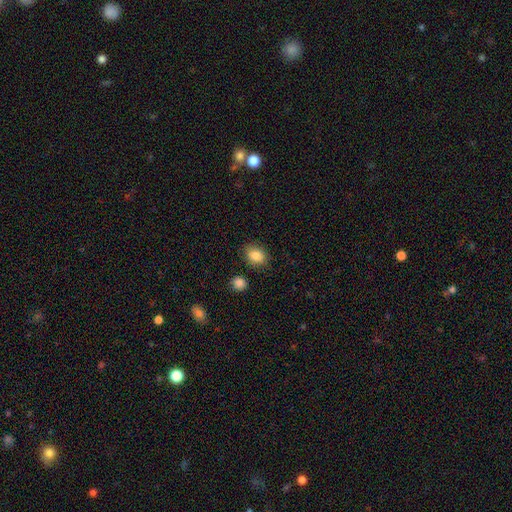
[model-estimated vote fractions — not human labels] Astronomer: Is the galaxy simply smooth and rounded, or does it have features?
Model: smooth — 86%.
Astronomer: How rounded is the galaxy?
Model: in between — 64%.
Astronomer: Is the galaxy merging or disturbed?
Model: none — 83%.